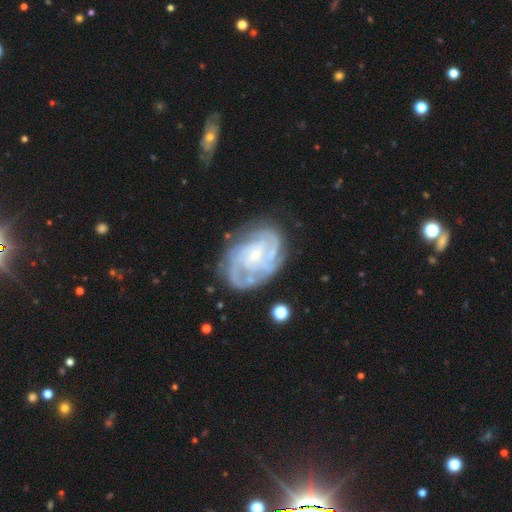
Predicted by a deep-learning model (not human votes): This appears to be a featured or disk galaxy (86%) with no bar (56%), tight (62%) spiral arms (95%) and a small central bulge (68%). Merging: none (69%).